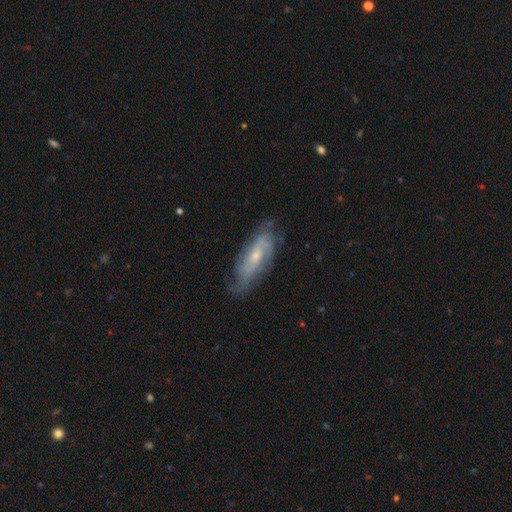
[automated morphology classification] Overall: featured or disk (72%). Edge-on disk: no (82%). Bar: no (57%; weak 35%). Spiral arms: yes (88%). Spiral arm count: can't tell (41%; 2 36%). Spiral winding: tight (42%; medium 40%). Bulge size: small (54%; moderate 40%). Merging: none (67%).